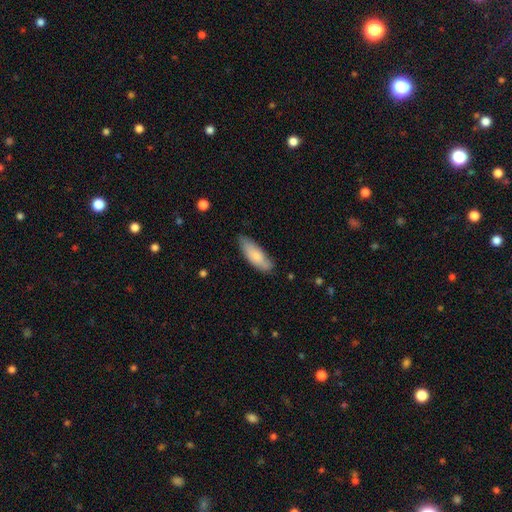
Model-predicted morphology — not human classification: This appears to be a smooth galaxy with no disk features (79%) that is in between round and cigar-shaped (65%). Merging: none (74%).